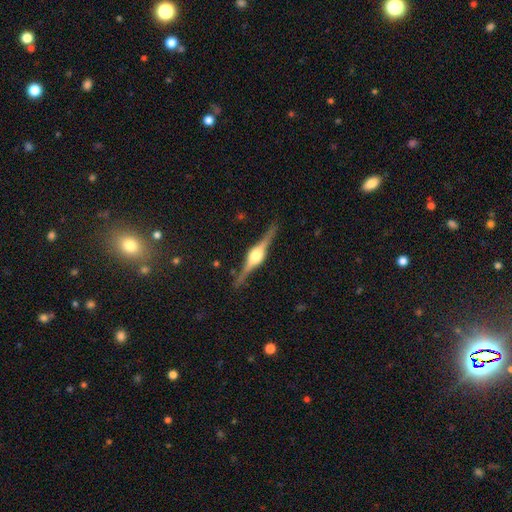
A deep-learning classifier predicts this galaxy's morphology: Overall: featured or disk (88%). Edge-on disk: yes (98%). Edge-on bulge: rounded (91%). Merging: none (89%).